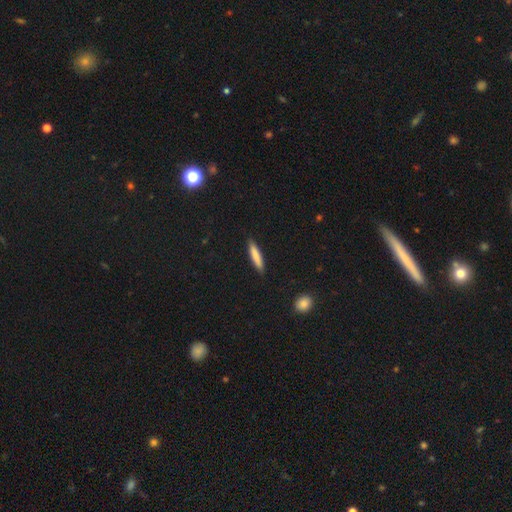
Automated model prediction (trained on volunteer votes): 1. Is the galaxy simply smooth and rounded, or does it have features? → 81% smooth, 13% featured or disk, 6% star or artifact.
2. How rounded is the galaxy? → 88% cigar-shaped, 11% in between, 1% round.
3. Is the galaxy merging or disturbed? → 89% none, 8% minor disturbance, 2% major disturbance, 1% merger.